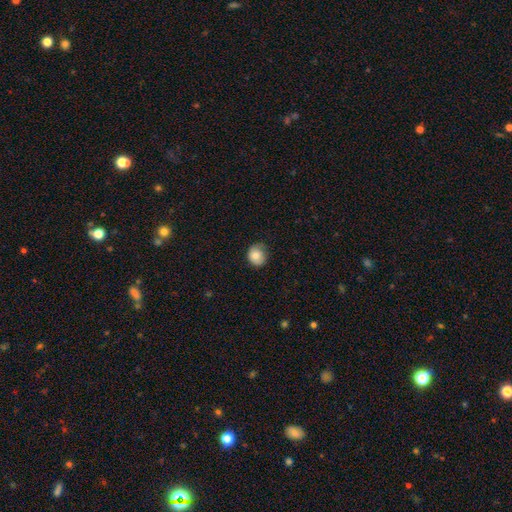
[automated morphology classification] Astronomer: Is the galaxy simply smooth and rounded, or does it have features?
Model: smooth — 77%.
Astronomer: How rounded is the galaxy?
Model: round — 78%.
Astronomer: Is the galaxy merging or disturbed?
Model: none — 70%.